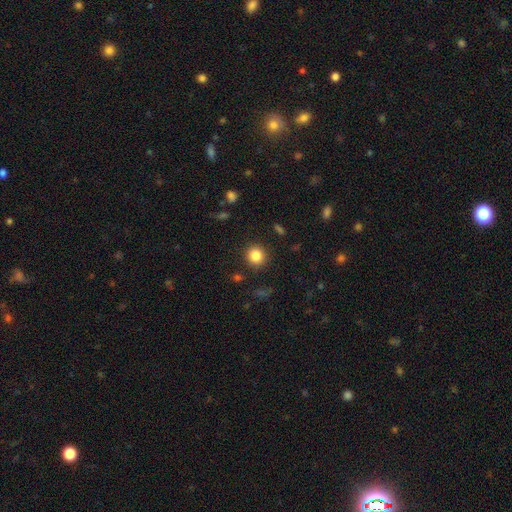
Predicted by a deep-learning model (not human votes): Smooth or featured? Predicted: smooth (p=0.84). How rounded? Predicted: round (p=0.91). Merging? Predicted: none (p=0.90).